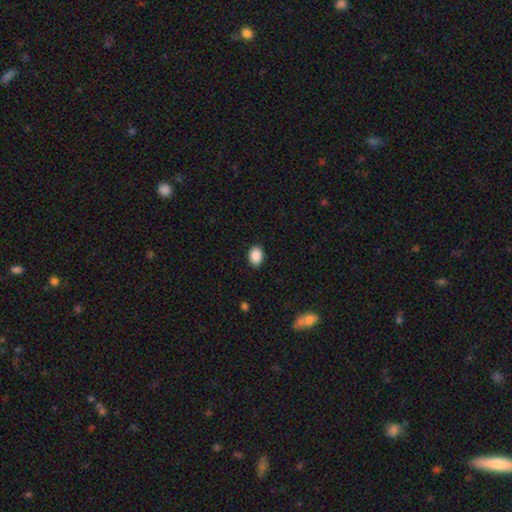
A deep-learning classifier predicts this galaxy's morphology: The model was most divided on "how rounded": in between: 71%, round: 28%, cigar-shaped: 1%. More confident: smooth or featured — smooth (89%); merging — none (89%).